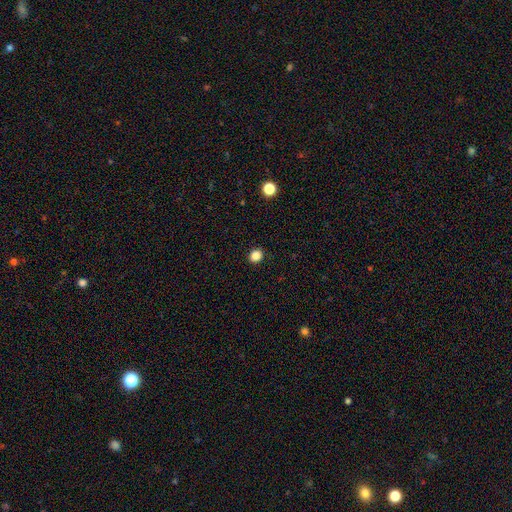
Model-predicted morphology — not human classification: smooth-or-featured: smooth: 85% | star or artifact: 12% | featured or disk: 3%
  how-rounded: round: 73% | in between: 27% | cigar-shaped: 1%
  merging: none: 92% | minor disturbance: 5% | major disturbance: 2% | merger: 1%